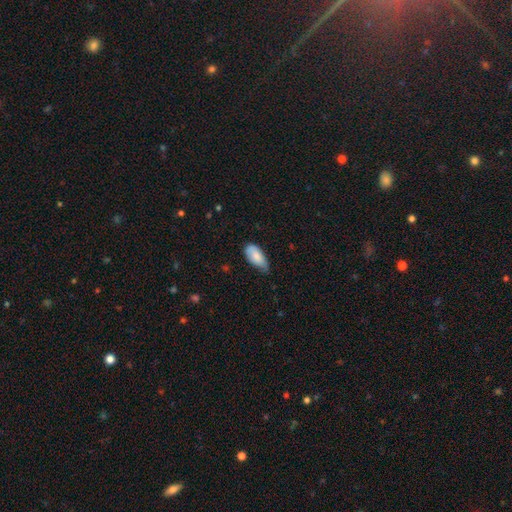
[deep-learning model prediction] The model was most divided on "merging": minor disturbance: 47%, none: 43%, major disturbance: 8%, merger: 2%. More confident: how rounded — in between (91%); smooth or featured — smooth (82%).